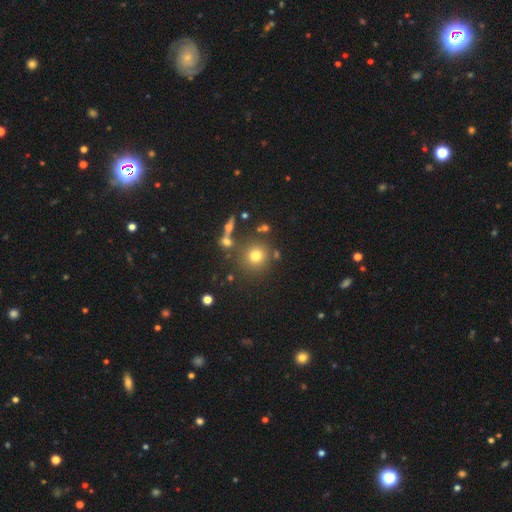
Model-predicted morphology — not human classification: Smooth or featured? smooth (73%)
How rounded? round (91%)
Merging? none (77%)